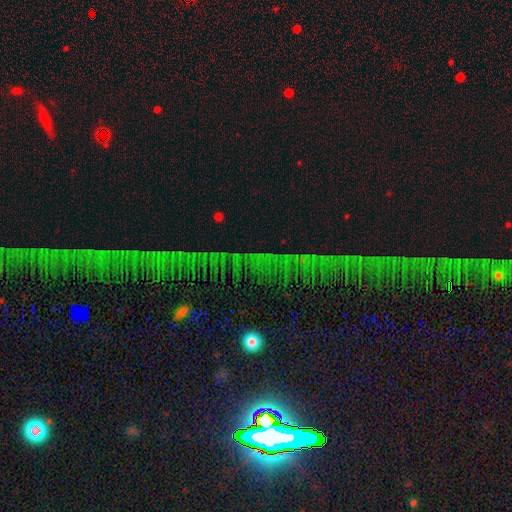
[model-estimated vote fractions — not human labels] Morphology: type=star or artifact (72%).